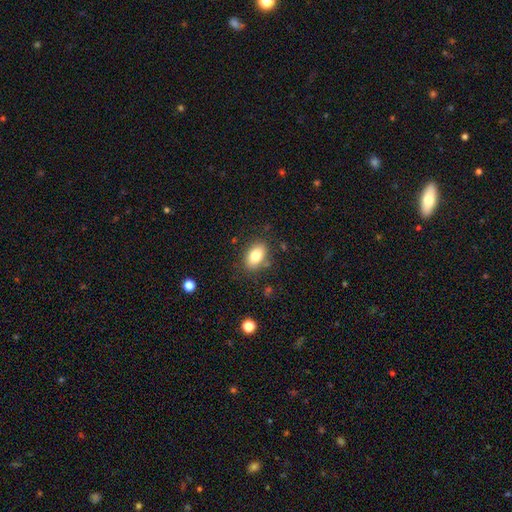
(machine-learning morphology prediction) The model was most divided on "smooth or featured": smooth: 80%, featured or disk: 11%, star or artifact: 8%. More confident: how rounded — in between (87%); merging — none (82%).